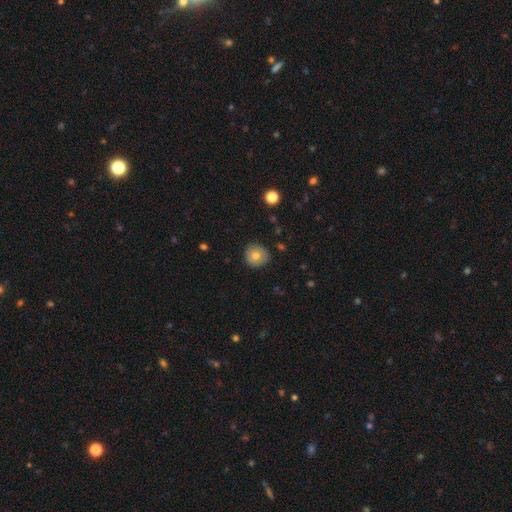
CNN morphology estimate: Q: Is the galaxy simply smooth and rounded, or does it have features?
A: smooth — 75%.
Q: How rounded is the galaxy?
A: round — 92%.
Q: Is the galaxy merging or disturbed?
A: none — 86%.